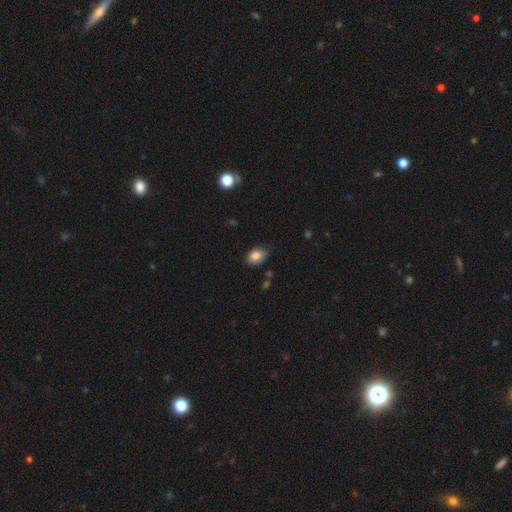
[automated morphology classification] Smooth or featured? smooth (84%)
How rounded? in between (75%)
Merging? none (80%)